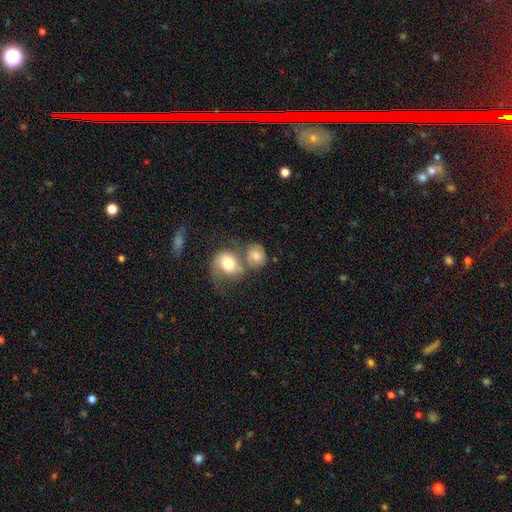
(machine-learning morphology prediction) smooth-or-featured: smooth: 71% | featured or disk: 21% | star or artifact: 8%
  how-rounded: round: 65% | in between: 34% | cigar-shaped: 1%
  merging: merger: 58% | none: 26% | minor disturbance: 10% | major disturbance: 7%